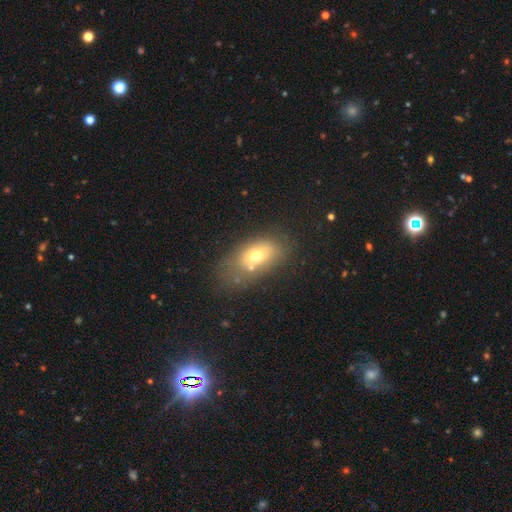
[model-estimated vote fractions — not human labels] Smooth or featured?
  - smooth: 65% *
  - featured or disk: 23%
  - star or artifact: 12%
How rounded?
  - in between: 84% *
  - round: 12%
  - cigar-shaped: 3%
Merging?
  - none: 50% *
  - minor disturbance: 20%
  - merger: 18%
  - major disturbance: 11%